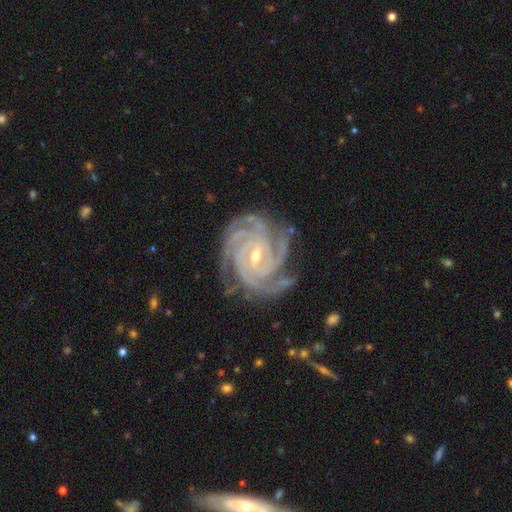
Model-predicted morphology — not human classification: smooth_or_featured: featured or disk (p=0.94) [alt: star or artifact p=0.04]
disk_edge_on: no (p=0.98) [alt: yes p=0.02]
bar: weak (p=0.47) [alt: no p=0.31]
has_spiral_arms: yes (p=0.99) [alt: no p=0.01]
spiral_winding: tight (p=0.80) [alt: medium p=0.18]
spiral_arm_count: 4 (p=0.46) [alt: 3 p=0.20]
bulge_size: small (p=0.56) [alt: moderate p=0.42]
merging: none (p=0.77) [alt: minor disturbance p=0.17]